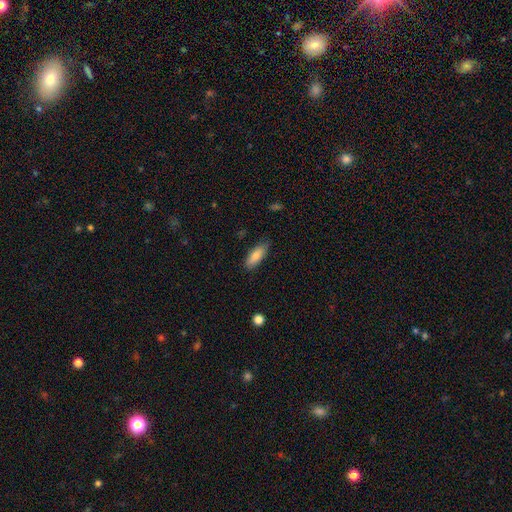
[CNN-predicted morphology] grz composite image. It shows a smooth galaxy with no disk features (82%) that is in between round and cigar-shaped (66%). Merging: none (84%).